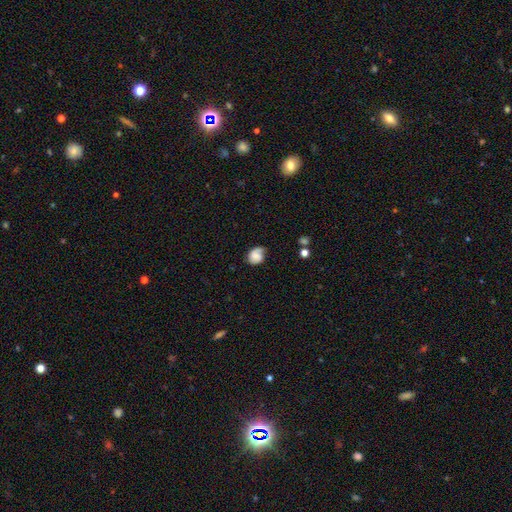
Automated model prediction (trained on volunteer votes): A smooth galaxy with no disk features (59%) that is round (52%).

Vote fractions:
- Smooth or featured? smooth: 59% / featured or disk: 32% / star or artifact: 9%
- How rounded? round: 52% / in between: 47% / cigar-shaped: 1%
- Merging? none: 53% / minor disturbance: 32% / major disturbance: 12% / merger: 3%